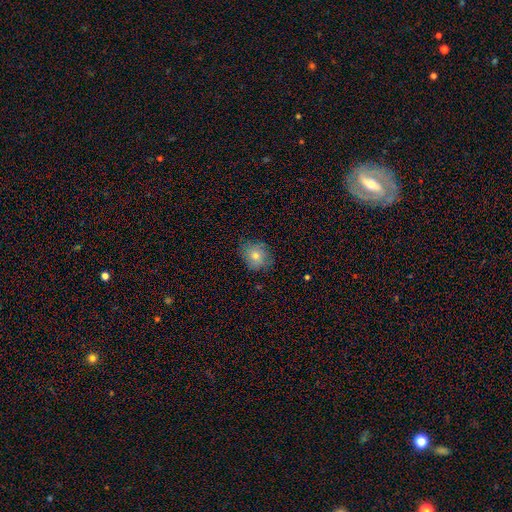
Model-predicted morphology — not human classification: smooth 68%, featured or disk 19%, star or artifact 13%. Down the decision tree: how rounded — round (70%); merging — none (76%).